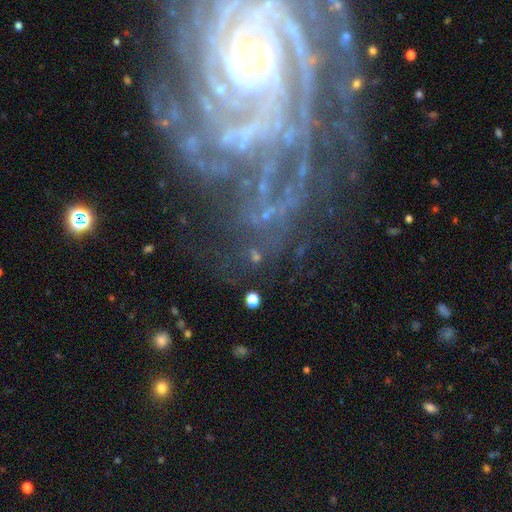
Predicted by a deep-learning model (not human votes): This appears to be a featured or disk galaxy (51%). Merging: none (58%).